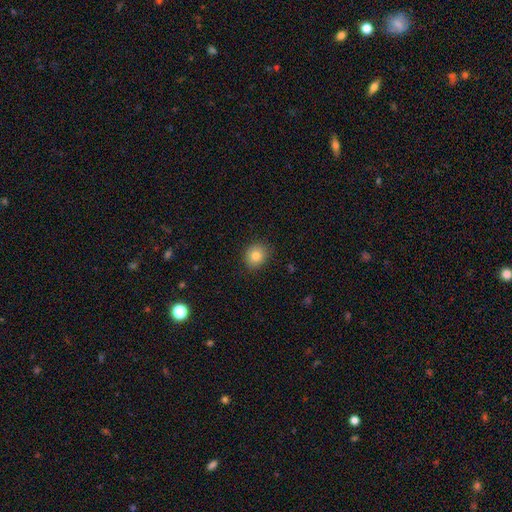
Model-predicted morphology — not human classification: smooth_or_featured: smooth (p=0.82) [alt: star or artifact p=0.11]
how_rounded: round (p=0.74) [alt: in between p=0.25]
merging: none (p=0.86) [alt: minor disturbance p=0.11]